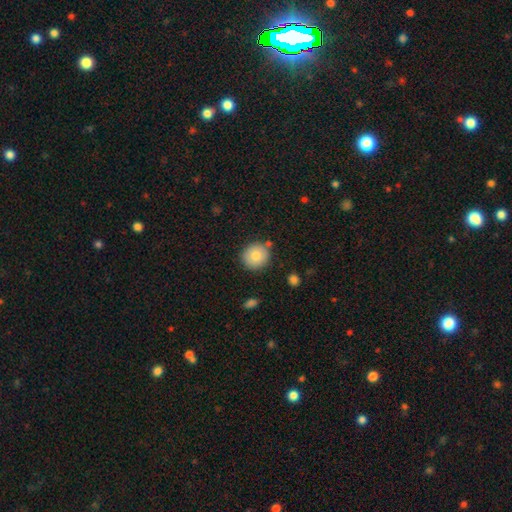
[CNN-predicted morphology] This appears to be a smooth galaxy with no disk features (81%) that is round (91%). Merging: none (85%).